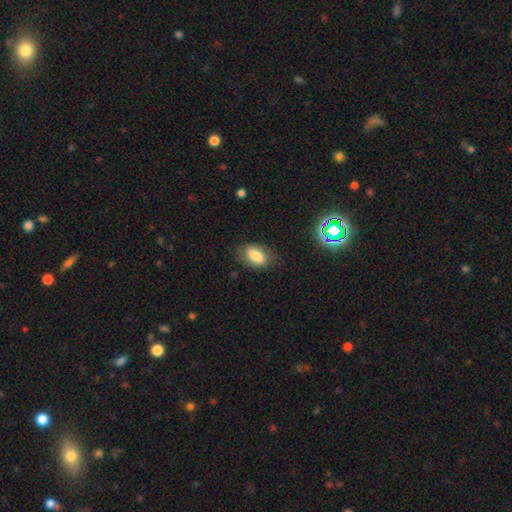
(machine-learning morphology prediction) Smooth or featured? Predicted: smooth (p=0.78). How rounded? Predicted: in between (p=0.89). Merging? Predicted: none (p=0.77).